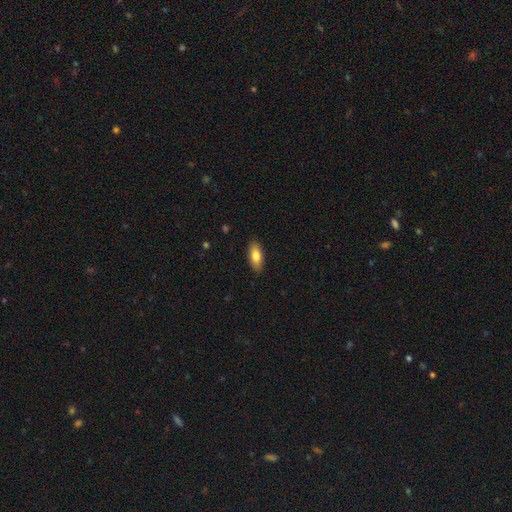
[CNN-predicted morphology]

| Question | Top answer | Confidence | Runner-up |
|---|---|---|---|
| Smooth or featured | smooth | 80% | featured or disk (14%) |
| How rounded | in between | 84% | cigar-shaped (13%) |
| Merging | none | 89% | minor disturbance (9%) |